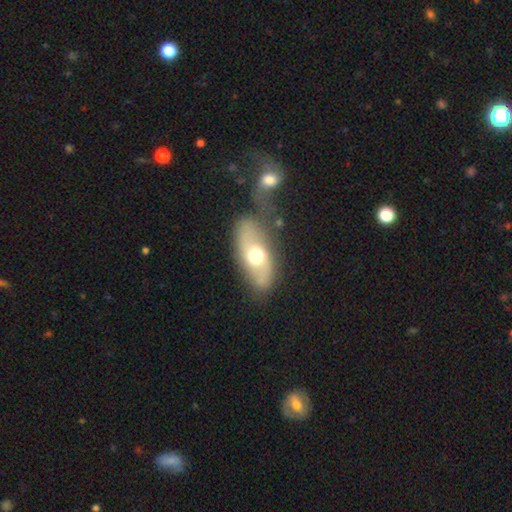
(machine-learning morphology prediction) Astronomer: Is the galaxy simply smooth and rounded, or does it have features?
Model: smooth — 50% (runner-up: featured or disk, 43%).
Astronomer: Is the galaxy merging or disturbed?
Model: none — 62%.